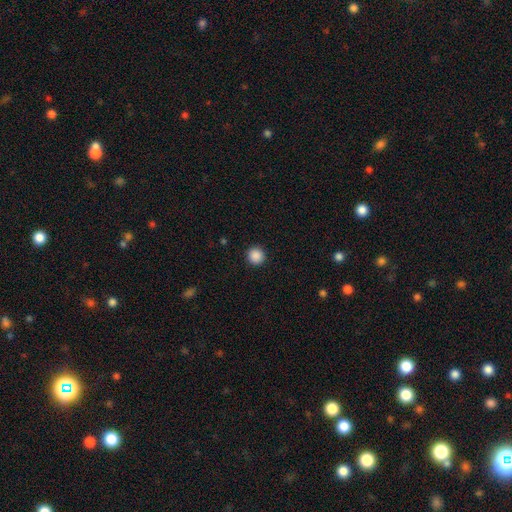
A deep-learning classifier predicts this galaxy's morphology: Smooth or featured: smooth — 88% (star or artifact — 9%)
How rounded: round — 94% (in between — 5%)
Merging: none — 92% (minor disturbance — 5%)